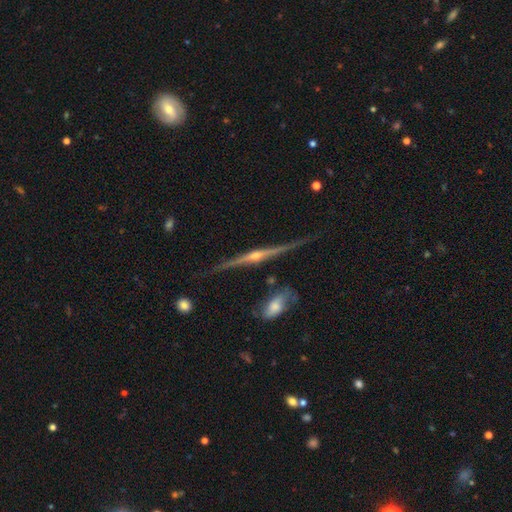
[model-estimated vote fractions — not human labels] This is clearly a featured or disk galaxy (87%). It is clearly viewed edge-on (98%). Edge-on bulge: clearly rounded (90%). Merging: clearly none (80%).